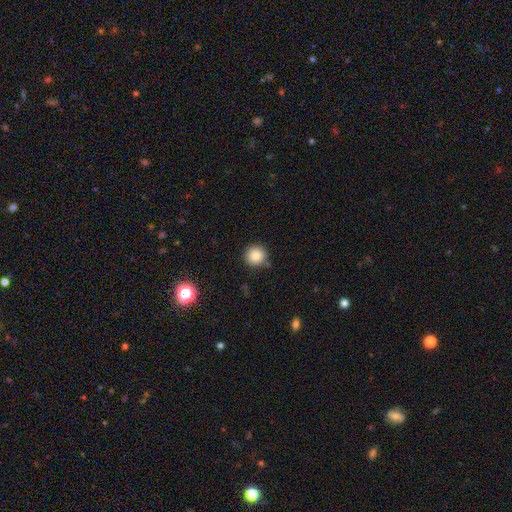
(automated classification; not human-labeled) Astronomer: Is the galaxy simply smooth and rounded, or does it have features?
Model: smooth — 86%.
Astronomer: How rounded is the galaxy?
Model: round — 94%.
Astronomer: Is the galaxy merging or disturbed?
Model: none — 85%.